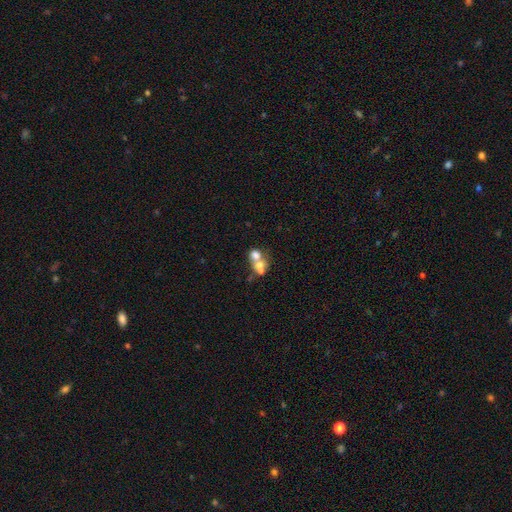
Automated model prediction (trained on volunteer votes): Smooth or featured? Predicted: smooth (p=0.60). How rounded? Predicted: round (p=0.63). Merging? Predicted: merger (p=0.63).